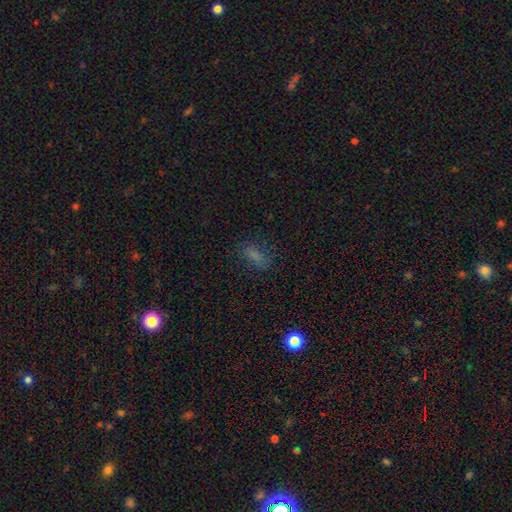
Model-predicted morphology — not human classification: This is likely a smooth galaxy (63%). How rounded: likely in between (79%). Merging: likely none (67%).